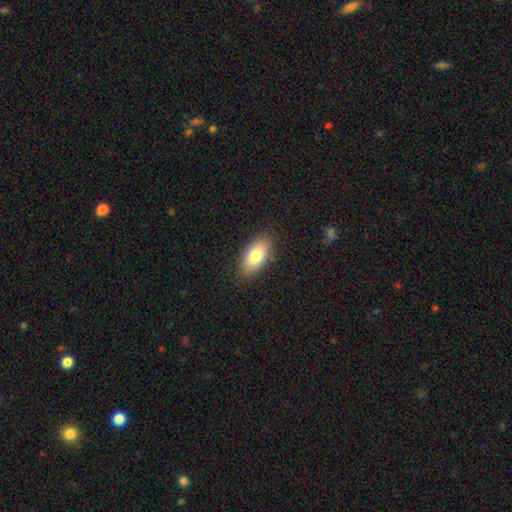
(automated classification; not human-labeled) A smooth galaxy with no disk features (81%) that is in between round and cigar-shaped (91%). Merging: none (86%).